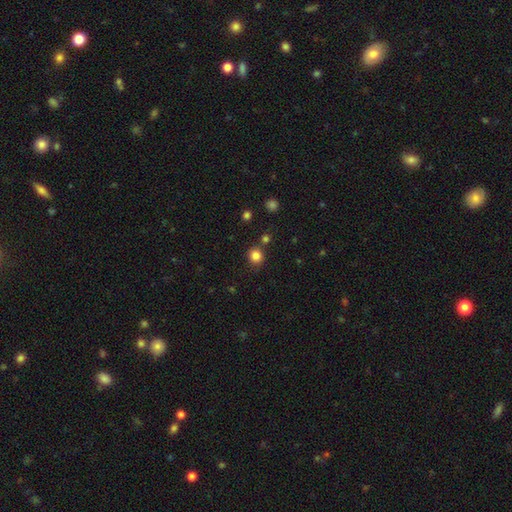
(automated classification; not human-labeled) The model was most divided on "smooth or featured": smooth: 83%, star or artifact: 12%, featured or disk: 4%. More confident: how rounded — round (85%); merging — none (82%).